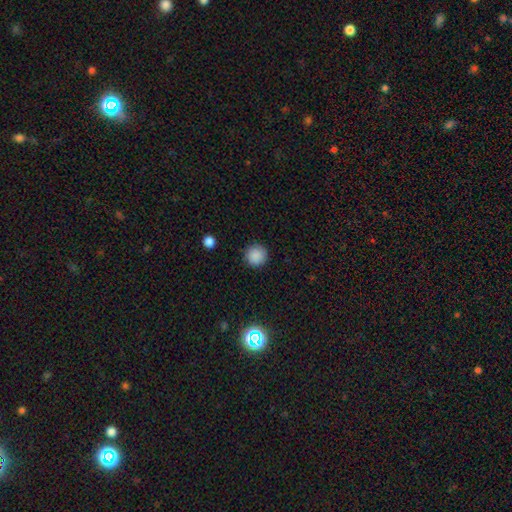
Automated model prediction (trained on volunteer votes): This appears to be a smooth galaxy with no disk features (88%) that is round (95%). Merging: none (91%).